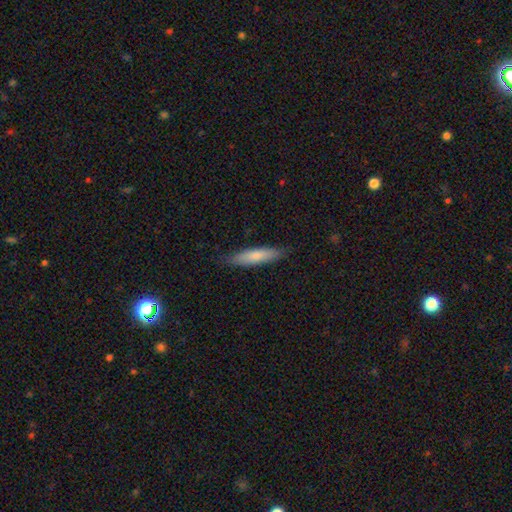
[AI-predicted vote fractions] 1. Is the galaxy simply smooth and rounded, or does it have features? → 75% smooth, 19% featured or disk, 5% star or artifact.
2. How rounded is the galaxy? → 82% cigar-shaped, 17% in between, 1% round.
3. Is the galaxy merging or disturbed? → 85% none, 12% minor disturbance, 2% major disturbance, 1% merger.